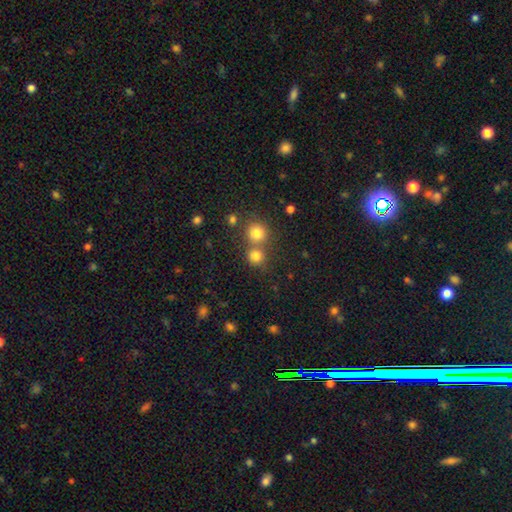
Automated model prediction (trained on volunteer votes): smooth-or-featured: smooth: 79% | star or artifact: 14% | featured or disk: 6%
  how-rounded: round: 88% | in between: 11% | cigar-shaped: 1%
  merging: none: 59% | merger: 32% | minor disturbance: 7% | major disturbance: 3%